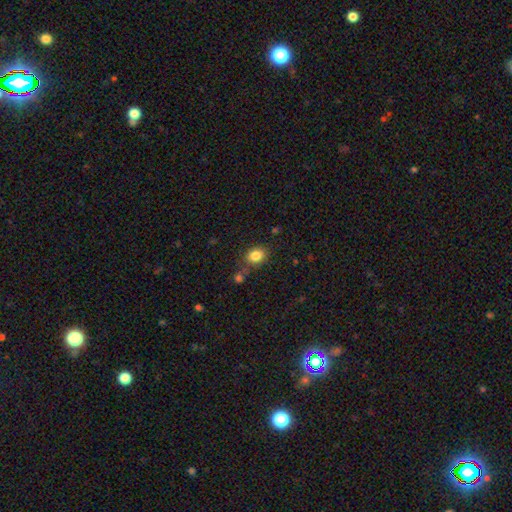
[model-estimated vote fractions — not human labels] Q: Smooth or featured?
A: smooth (84%); runner-up: star or artifact (10%)
Q: How rounded?
A: in between (54%); runner-up: round (45%)
Q: Merging?
A: none (73%); runner-up: minor disturbance (14%)